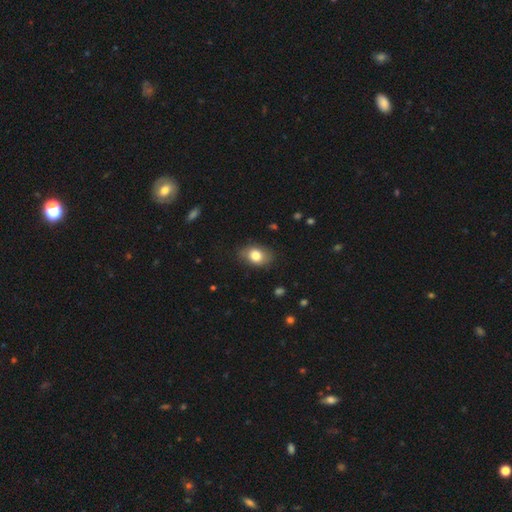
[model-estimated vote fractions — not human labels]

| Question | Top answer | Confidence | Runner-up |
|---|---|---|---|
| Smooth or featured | smooth | 80% | featured or disk (12%) |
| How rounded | in between | 75% | round (24%) |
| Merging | none | 79% | minor disturbance (16%) |